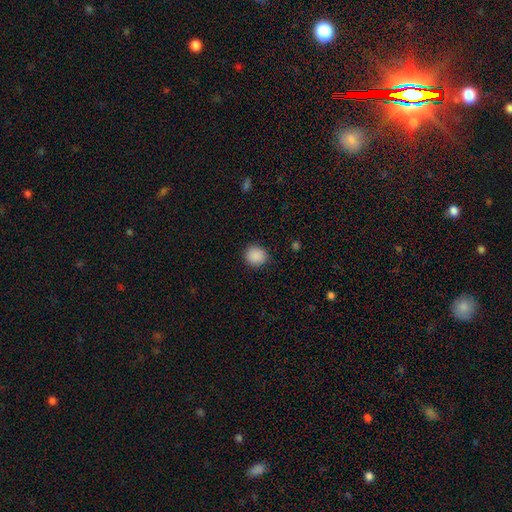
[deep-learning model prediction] Smooth or featured?
  - smooth: 89% *
  - star or artifact: 9%
  - featured or disk: 2%
How rounded?
  - round: 86% *
  - in between: 13%
  - cigar-shaped: 1%
Merging?
  - none: 89% *
  - minor disturbance: 8%
  - major disturbance: 2%
  - merger: 1%